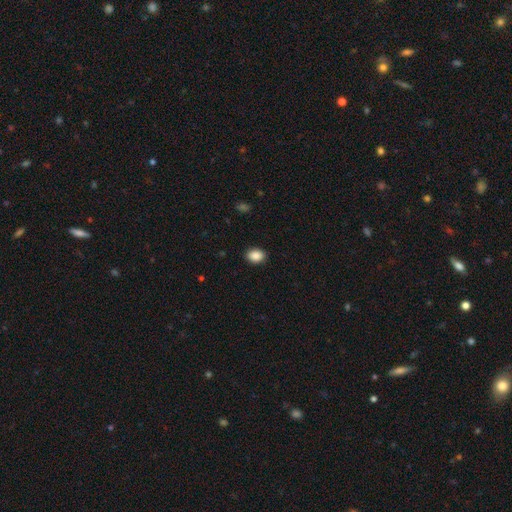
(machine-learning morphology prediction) Smooth or featured? Predicted: smooth (p=0.89). How rounded? Predicted: in between (p=0.73). Merging? Predicted: none (p=0.90).